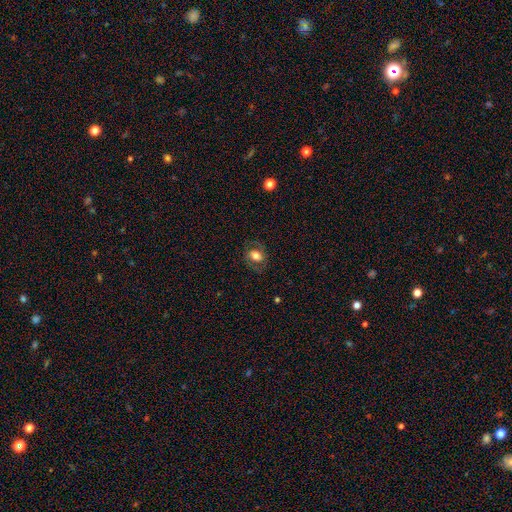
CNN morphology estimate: Overall: smooth (46%; featured or disk 44%). Merging: none (77%).